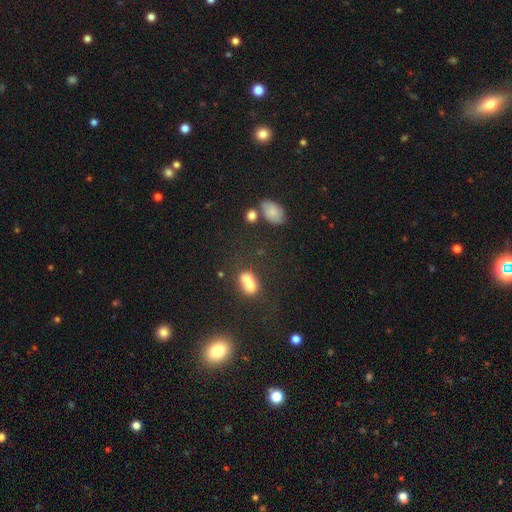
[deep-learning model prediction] A smooth galaxy with no disk features (50%). Merging: none (65%).